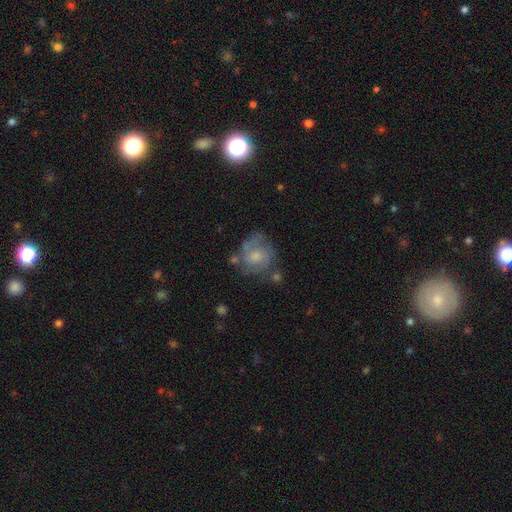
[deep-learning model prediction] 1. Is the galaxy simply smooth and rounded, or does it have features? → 50% featured or disk, 41% smooth, 9% star or artifact.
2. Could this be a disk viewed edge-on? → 97% no, 3% yes.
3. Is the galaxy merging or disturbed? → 51% none, 24% minor disturbance, 15% major disturbance, 9% merger.